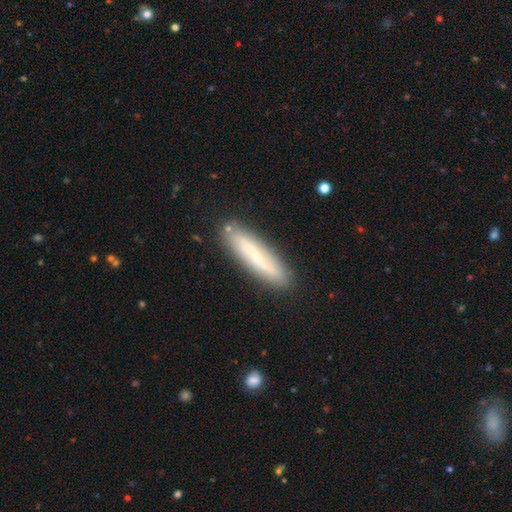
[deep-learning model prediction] A smooth galaxy with no disk features (61%) that is cigar-shaped (85%).

Vote fractions:
- Smooth or featured? smooth: 61% / featured or disk: 32% / star or artifact: 7%
- How rounded? cigar-shaped: 85% / in between: 14% / round: 1%
- Merging? none: 83% / minor disturbance: 12% / merger: 3% / major disturbance: 2%